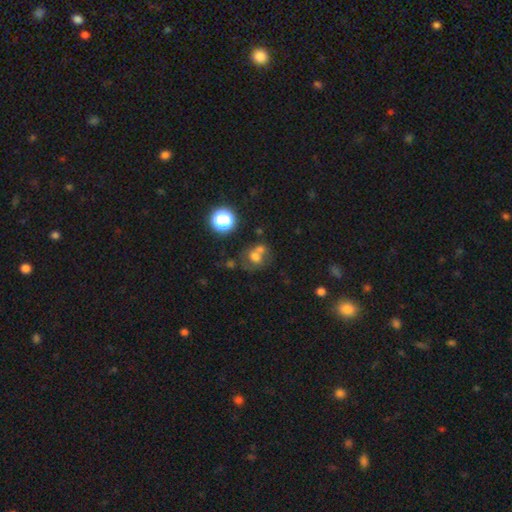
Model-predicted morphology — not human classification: smooth-or-featured: smooth: 57% | featured or disk: 24% | star or artifact: 19%
  how-rounded: round: 63% | in between: 36% | cigar-shaped: 1%
  merging: merger: 41% | none: 36% | minor disturbance: 13% | major disturbance: 10%